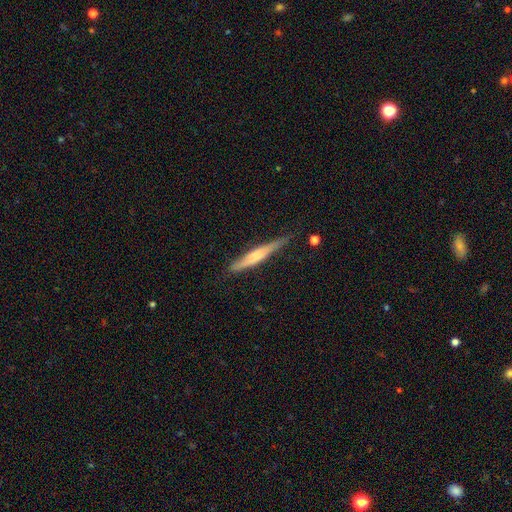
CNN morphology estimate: A featured or disk galaxy (56%) viewed edge-on (95%) with a rounded central bulge (61%). Merging: none (76%).